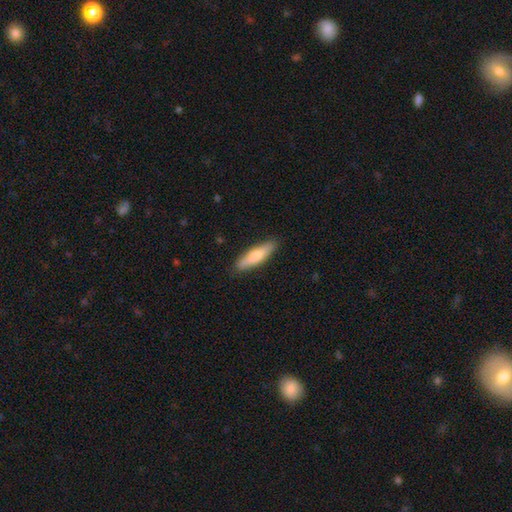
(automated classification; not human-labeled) Smooth or featured: smooth — 78% (featured or disk — 17%)
How rounded: cigar-shaped — 69% (in between — 29%)
Merging: none — 88% (minor disturbance — 10%)